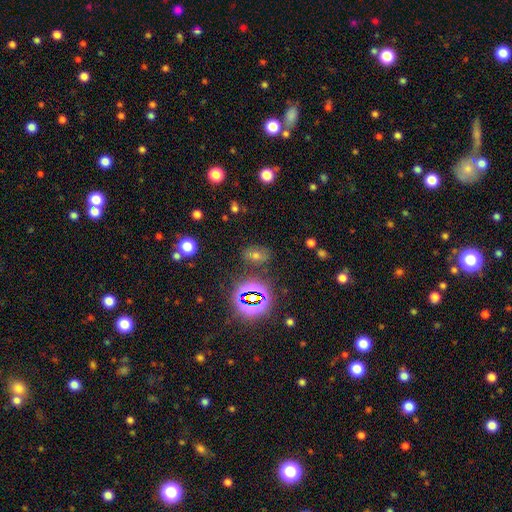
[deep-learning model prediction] A smooth galaxy with no disk features (48%).

Vote fractions:
- Smooth or featured? smooth: 48% / star or artifact: 39% / featured or disk: 13%
- Merging? none: 79% / minor disturbance: 12% / major disturbance: 5% / merger: 4%